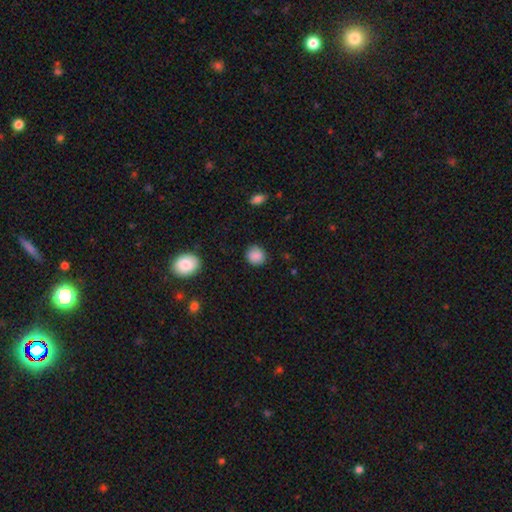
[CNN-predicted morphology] This is clearly a smooth galaxy (88%). How rounded: clearly round (85%). Merging: clearly none (87%).